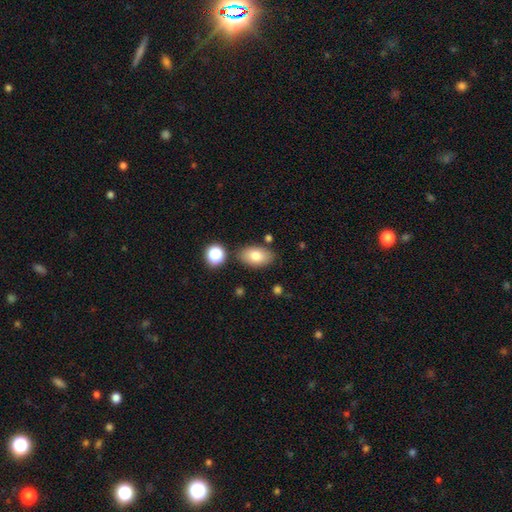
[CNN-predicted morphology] smooth 80%, featured or disk 12%, star or artifact 8%. Down the decision tree: how rounded — in between (90%); merging — none (80%).